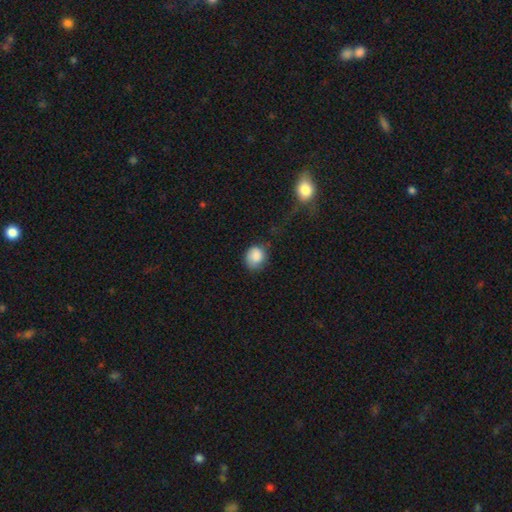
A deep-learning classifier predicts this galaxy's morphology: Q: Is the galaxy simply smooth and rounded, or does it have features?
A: smooth — 86%.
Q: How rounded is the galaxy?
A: round — 65%.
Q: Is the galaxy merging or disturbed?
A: none — 59%.